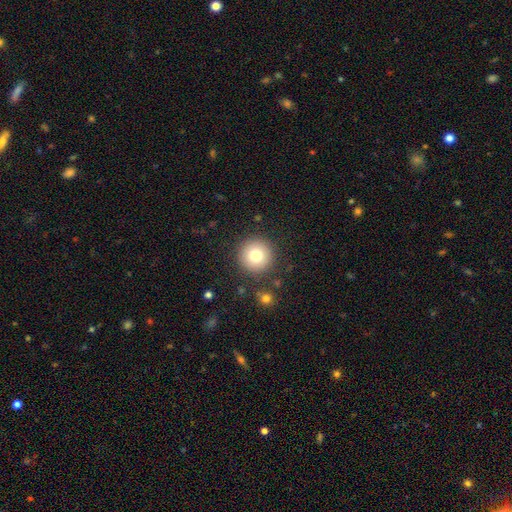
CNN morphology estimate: Smooth or featured? smooth (79%)
How rounded? round (96%)
Merging? none (88%)